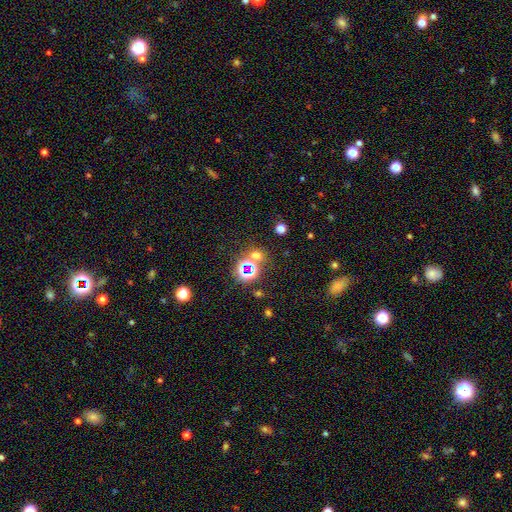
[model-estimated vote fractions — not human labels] A star or artifact, not a galaxy (49%).